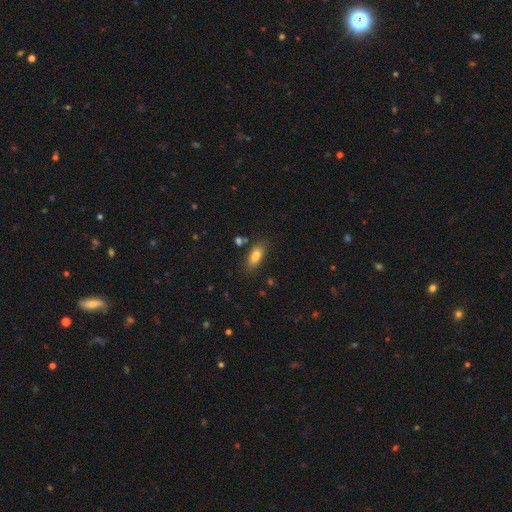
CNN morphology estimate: Q: Smooth or featured?
A: smooth (80%); runner-up: featured or disk (11%)
Q: How rounded?
A: in between (83%); runner-up: cigar-shaped (13%)
Q: Merging?
A: none (80%); runner-up: minor disturbance (12%)